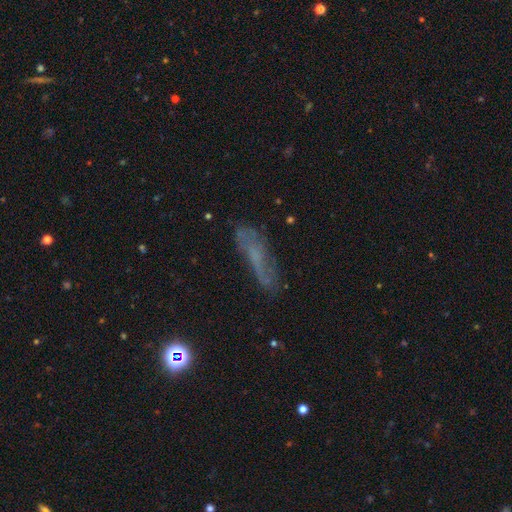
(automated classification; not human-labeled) Smooth or featured? Predicted: featured or disk (p=0.46). Merging? Predicted: none (p=0.62).